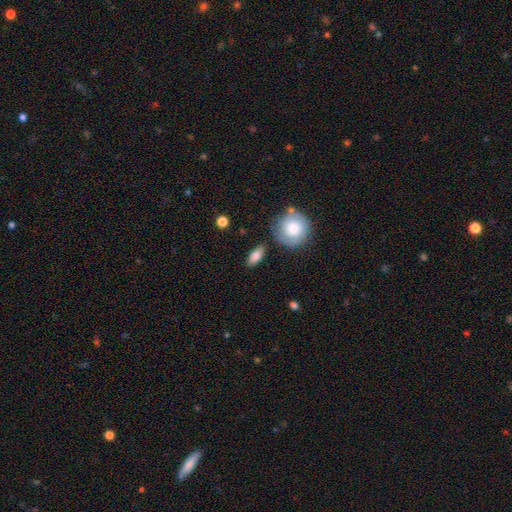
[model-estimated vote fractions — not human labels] Smooth or featured?
  - smooth: 84% *
  - featured or disk: 10%
  - star or artifact: 6%
How rounded?
  - in between: 79% *
  - cigar-shaped: 13%
  - round: 8%
Merging?
  - none: 82% *
  - minor disturbance: 11%
  - merger: 3%
  - major disturbance: 3%